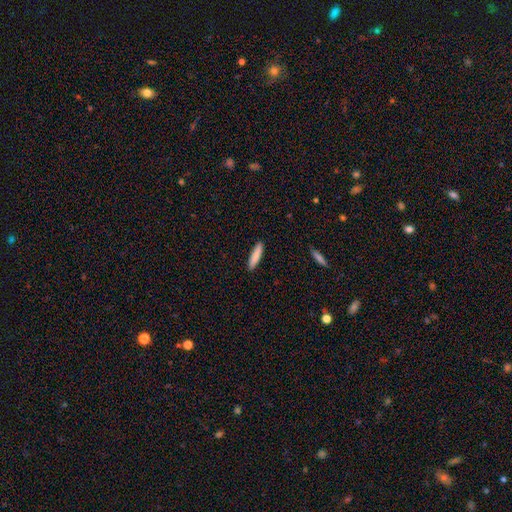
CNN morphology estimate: Smooth or featured? smooth (85%)
How rounded? cigar-shaped (83%)
Merging? none (91%)